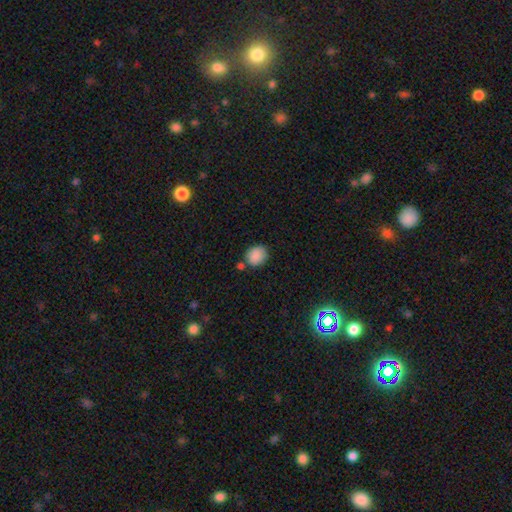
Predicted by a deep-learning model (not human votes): This is clearly a smooth galaxy (87%). How rounded: likely round (63%). Merging: likely none (71%).